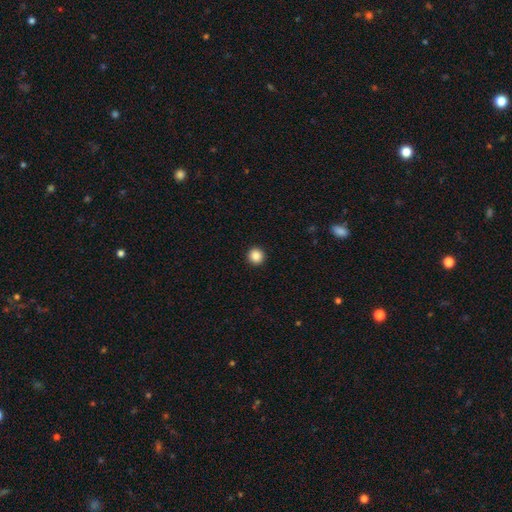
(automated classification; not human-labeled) Q: Smooth or featured?
A: smooth (86%); runner-up: star or artifact (10%)
Q: How rounded?
A: round (95%); runner-up: in between (4%)
Q: Merging?
A: none (94%); runner-up: minor disturbance (4%)